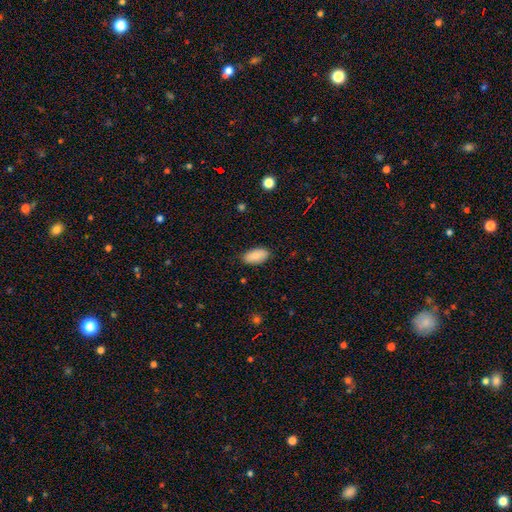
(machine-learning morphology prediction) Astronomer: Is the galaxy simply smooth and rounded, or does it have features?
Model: smooth — 88%.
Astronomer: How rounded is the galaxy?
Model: in between — 93%.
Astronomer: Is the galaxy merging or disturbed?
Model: none — 85%.